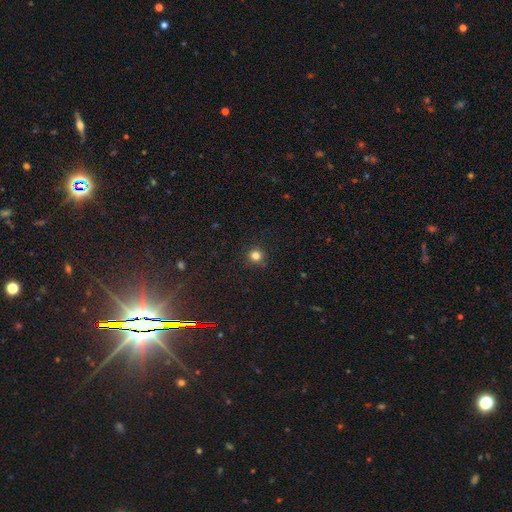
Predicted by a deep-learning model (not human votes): Smooth or featured: smooth — 82% (star or artifact — 14%)
How rounded: round — 94% (in between — 5%)
Merging: none — 90% (minor disturbance — 6%)